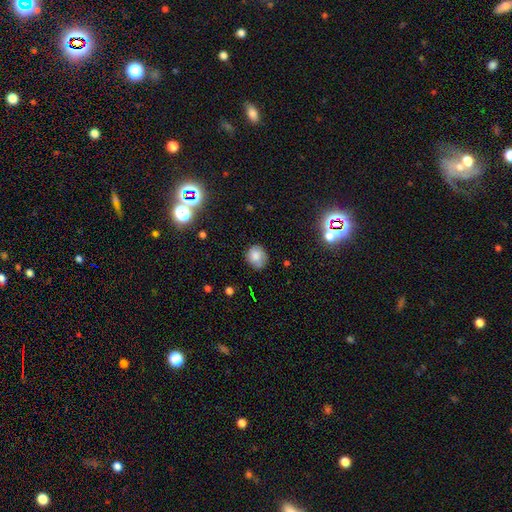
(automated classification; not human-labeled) Smooth or featured: smooth — 74% (featured or disk — 14%)
How rounded: round — 68% (in between — 31%)
Merging: none — 71% (minor disturbance — 22%)